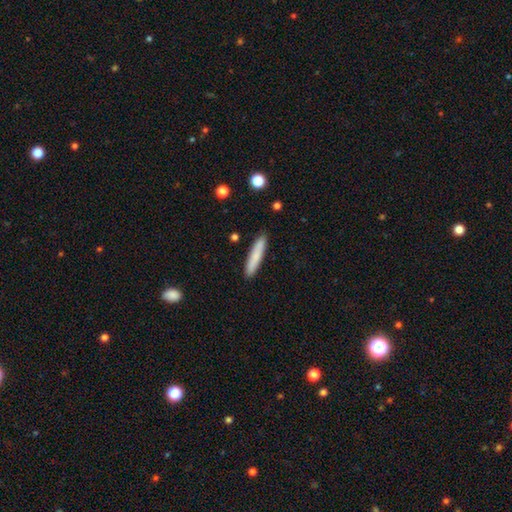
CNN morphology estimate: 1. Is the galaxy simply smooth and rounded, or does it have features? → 79% smooth, 15% featured or disk, 6% star or artifact.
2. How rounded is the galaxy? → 91% cigar-shaped, 8% in between, 1% round.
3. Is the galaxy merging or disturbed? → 90% none, 7% minor disturbance, 1% major disturbance, 1% merger.